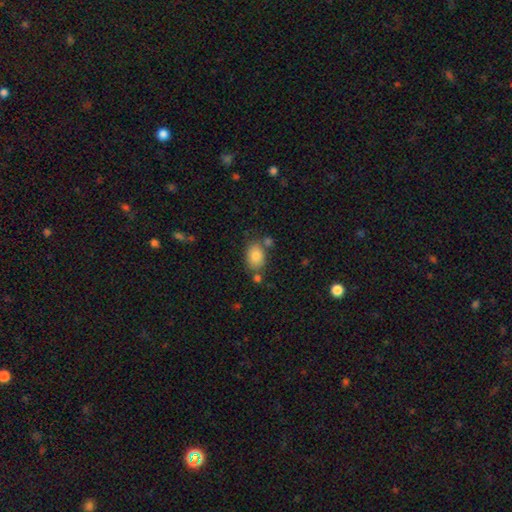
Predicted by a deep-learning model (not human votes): smooth-or-featured: smooth: 82% | featured or disk: 9% | star or artifact: 9%
  how-rounded: in between: 77% | round: 22% | cigar-shaped: 1%
  merging: none: 67% | minor disturbance: 16% | merger: 13% | major disturbance: 5%